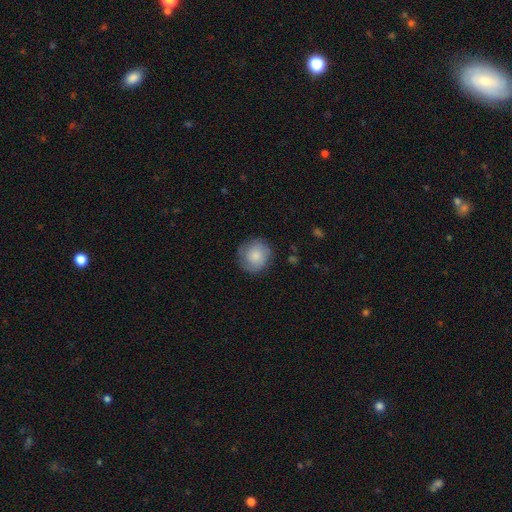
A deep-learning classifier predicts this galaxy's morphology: Smooth or featured? smooth (78%)
How rounded? round (90%)
Merging? none (80%)